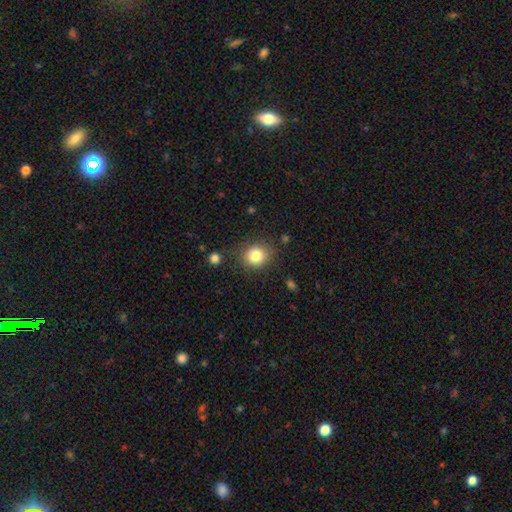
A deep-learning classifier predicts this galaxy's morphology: Smooth or featured? Predicted: smooth (p=0.81). How rounded? Predicted: round (p=0.74). Merging? Predicted: none (p=0.83).